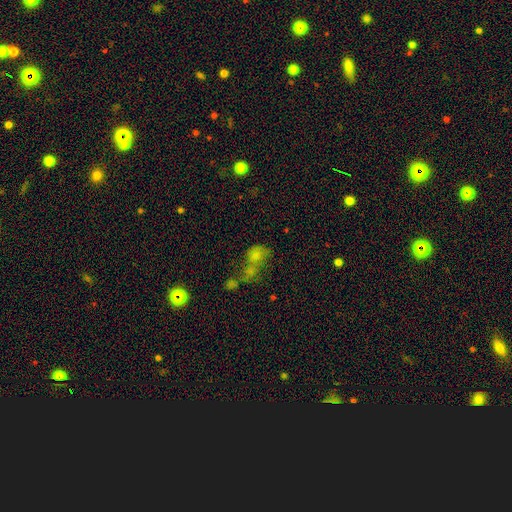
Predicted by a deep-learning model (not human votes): smooth 65%, featured or disk 18%, star or artifact 17%. Down the decision tree: how rounded — in between (58%); merging — merger (66%).